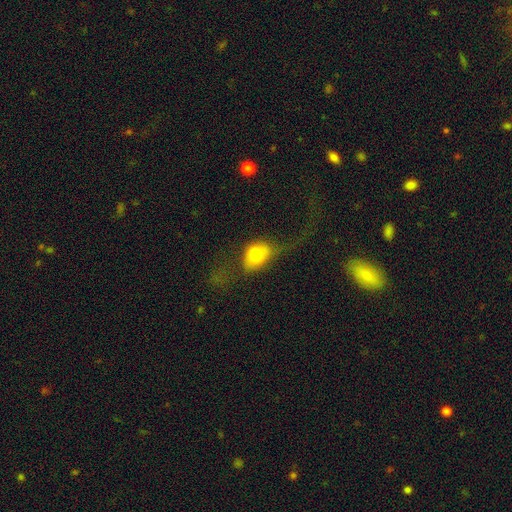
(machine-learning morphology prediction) Smooth or featured? Predicted: smooth (p=0.67). How rounded? Predicted: in between (p=0.63). Merging? Predicted: major disturbance (p=0.46).